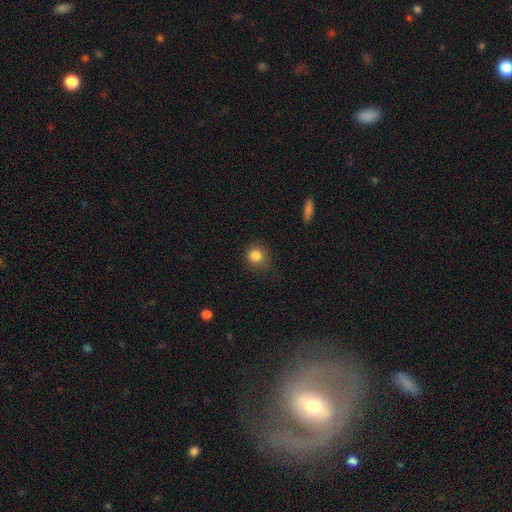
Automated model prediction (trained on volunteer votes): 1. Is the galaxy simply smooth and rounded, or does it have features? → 84% smooth, 11% star or artifact, 5% featured or disk.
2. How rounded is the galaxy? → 86% round, 13% in between, 1% cigar-shaped.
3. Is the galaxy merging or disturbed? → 77% none, 17% minor disturbance, 5% major disturbance, 1% merger.